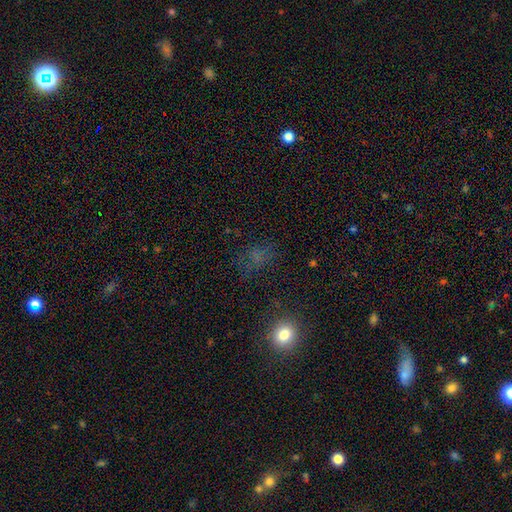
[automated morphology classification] This is possibly a star or artifact rather than a galaxy (46%).